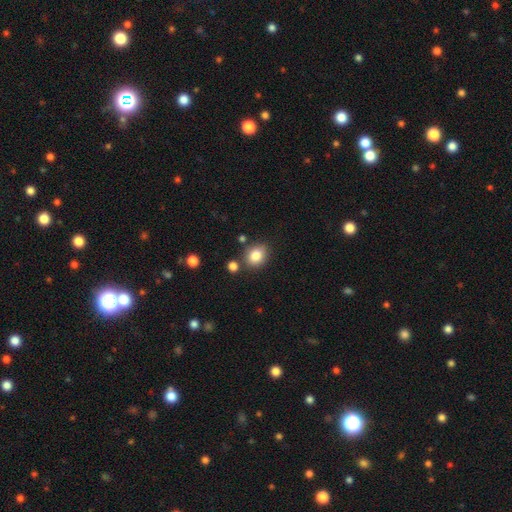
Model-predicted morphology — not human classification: Q: Smooth or featured?
A: smooth (82%); runner-up: star or artifact (10%)
Q: How rounded?
A: round (58%); runner-up: in between (41%)
Q: Merging?
A: none (75%); runner-up: minor disturbance (14%)